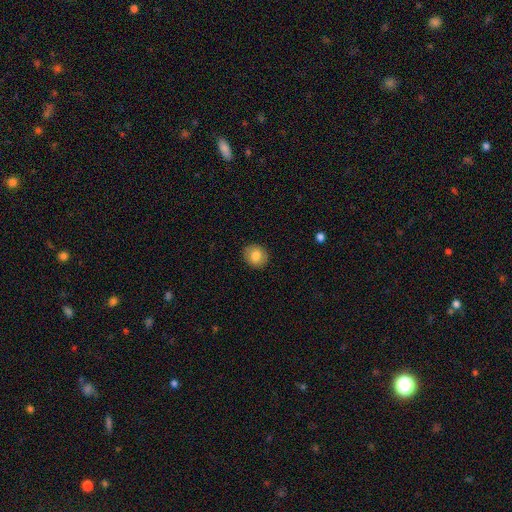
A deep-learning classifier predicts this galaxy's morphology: smooth_or_featured: smooth (p=0.81) [alt: featured or disk p=0.11]
how_rounded: round (p=0.77) [alt: in between p=0.22]
merging: none (p=0.90) [alt: minor disturbance p=0.07]